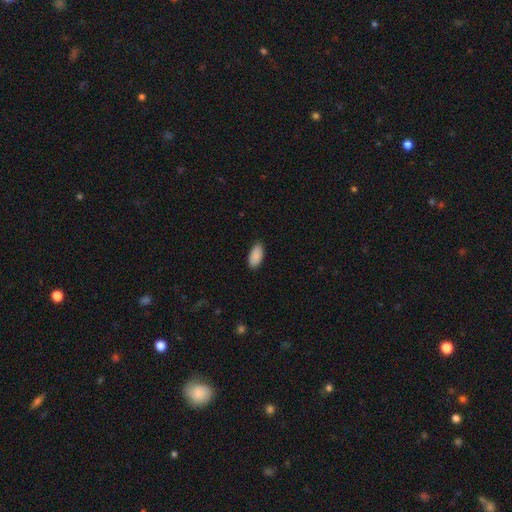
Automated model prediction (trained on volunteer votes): Morphology: type=smooth (90%); roundness=in between (93%); merging=none (86%).